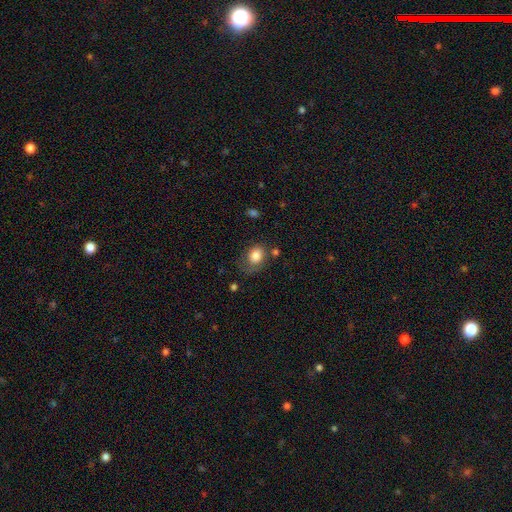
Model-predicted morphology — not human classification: smooth-or-featured: smooth: 81% | featured or disk: 10% | star or artifact: 9%
  how-rounded: in between: 57% | round: 42% | cigar-shaped: 1%
  merging: none: 52% | minor disturbance: 27% | major disturbance: 16% | merger: 5%